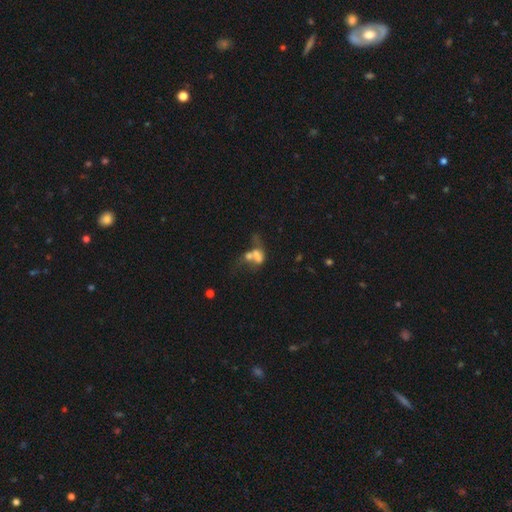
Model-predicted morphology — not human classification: Q: Smooth or featured?
A: smooth (53%); runner-up: featured or disk (32%)
Q: How rounded?
A: in between (76%); runner-up: round (19%)
Q: Merging?
A: merger (58%); runner-up: major disturbance (21%)